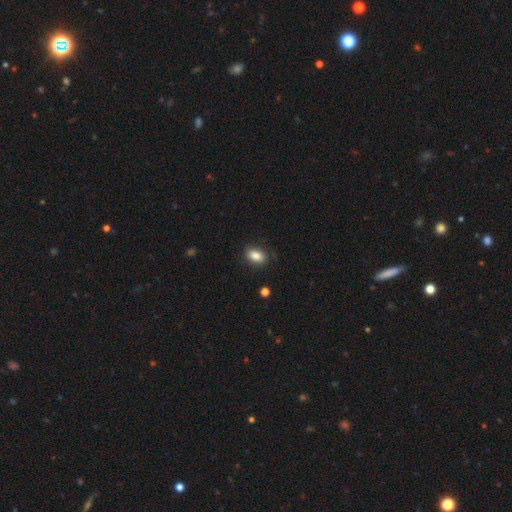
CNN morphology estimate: Q: Smooth or featured?
A: smooth (86%); runner-up: star or artifact (9%)
Q: How rounded?
A: in between (85%); runner-up: round (13%)
Q: Merging?
A: none (86%); runner-up: minor disturbance (10%)